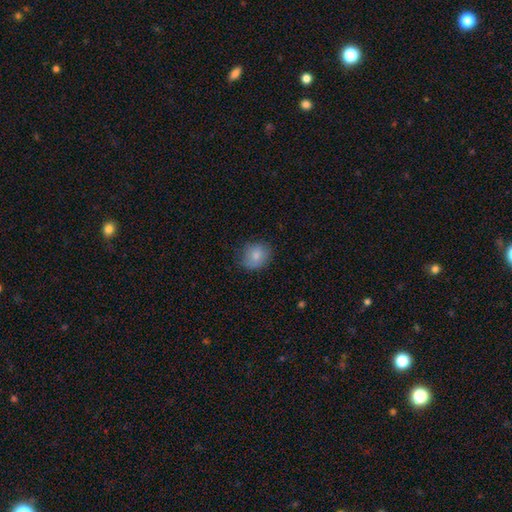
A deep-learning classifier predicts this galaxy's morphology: The model was most divided on "how rounded": round: 73%, in between: 26%, cigar-shaped: 1%. More confident: smooth or featured — smooth (83%); merging — none (77%).